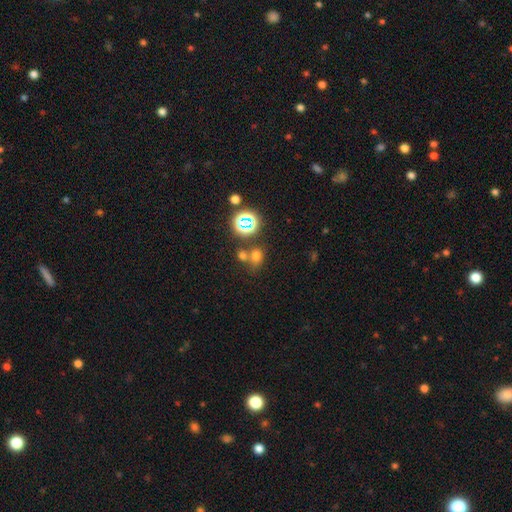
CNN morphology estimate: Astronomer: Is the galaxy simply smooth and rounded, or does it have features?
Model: smooth — 64%.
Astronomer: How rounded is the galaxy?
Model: round — 61% (runner-up: in between, 38%).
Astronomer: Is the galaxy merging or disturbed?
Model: none — 53% (runner-up: merger, 32%).